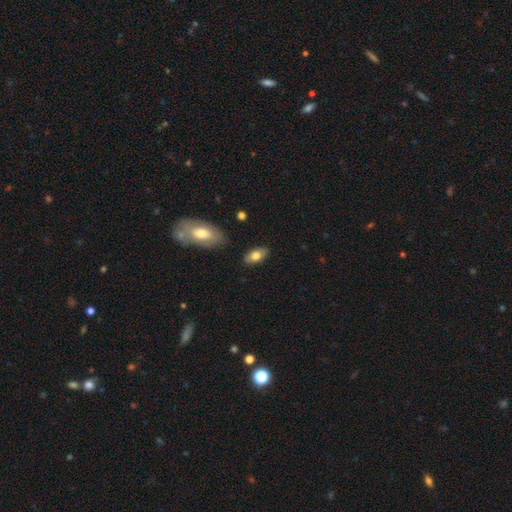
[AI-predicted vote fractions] Smooth or featured? smooth (75%)
How rounded? in between (91%)
Merging? none (85%)